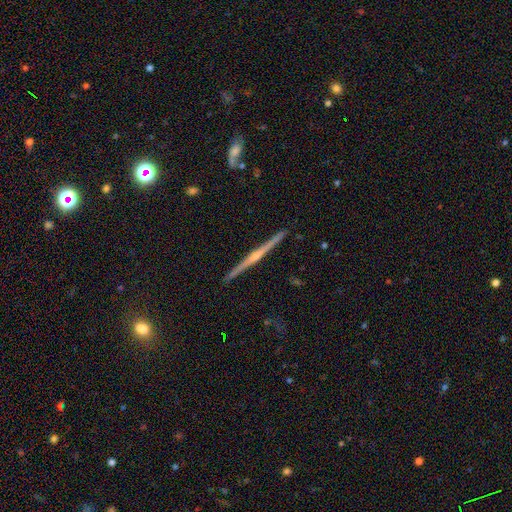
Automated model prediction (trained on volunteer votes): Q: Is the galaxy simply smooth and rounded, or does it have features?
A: featured or disk — 84%.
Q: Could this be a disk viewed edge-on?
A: yes — 99%.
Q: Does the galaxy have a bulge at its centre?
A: rounded — 80%.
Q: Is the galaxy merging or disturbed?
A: none — 92%.